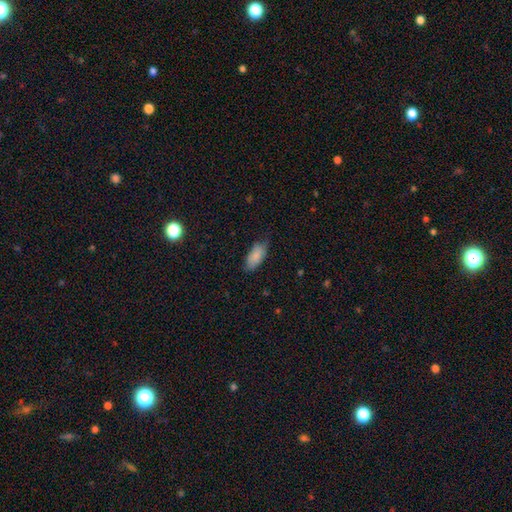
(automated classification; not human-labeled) Smooth or featured? Predicted: smooth (p=0.84). How rounded? Predicted: in between (p=0.89). Merging? Predicted: none (p=0.64).